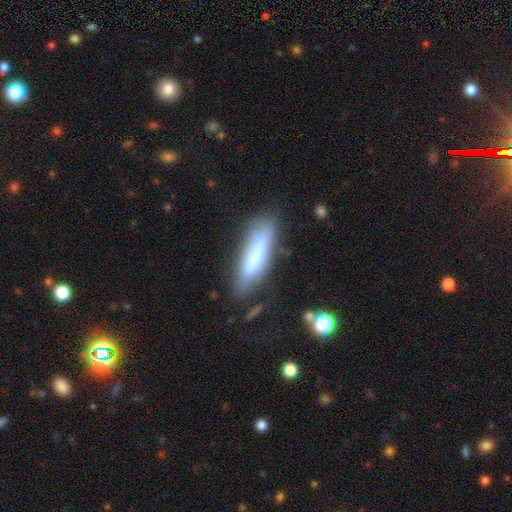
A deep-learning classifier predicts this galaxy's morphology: Overall: smooth (59%; featured or disk 33%). How rounded: cigar-shaped (62%; in between 37%). Merging: none (66%).